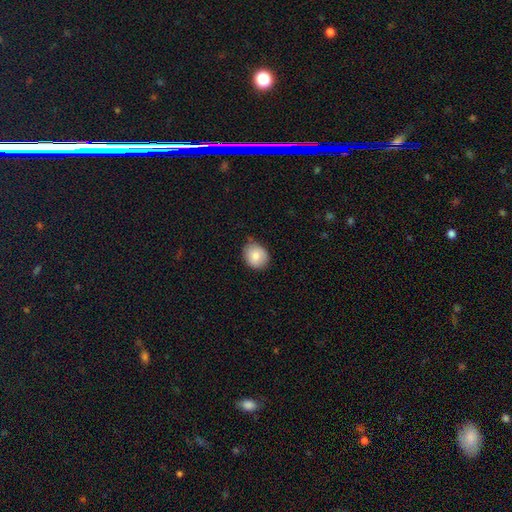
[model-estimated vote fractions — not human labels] Q: Smooth or featured?
A: smooth (81%); runner-up: featured or disk (11%)
Q: How rounded?
A: round (67%); runner-up: in between (33%)
Q: Merging?
A: none (74%); runner-up: minor disturbance (22%)